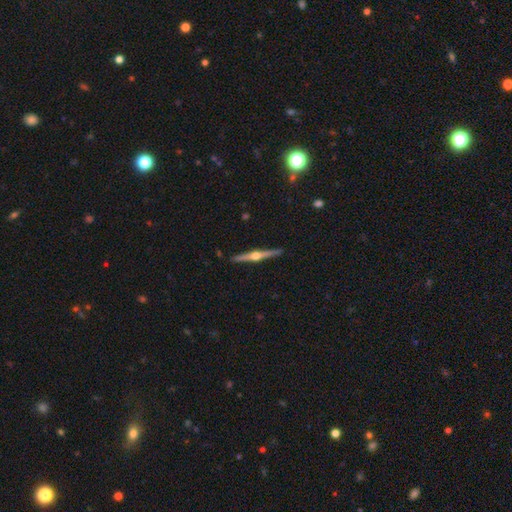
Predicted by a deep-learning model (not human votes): A featured or disk galaxy (82%) viewed edge-on (98%) with a rounded central bulge (96%).

Vote fractions:
- Smooth or featured? featured or disk: 82% / smooth: 13% / star or artifact: 5%
- Edge-on disk? yes: 98% / no: 2%
- Edge-on bulge? rounded: 96% / boxy: 2% / none: 2%
- Merging? none: 91% / minor disturbance: 6% / major disturbance: 1% / merger: 1%